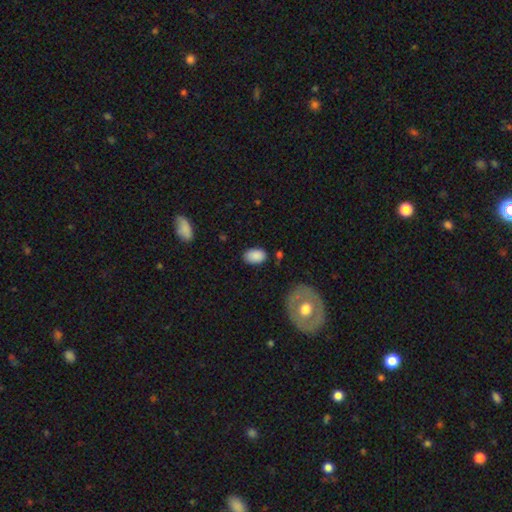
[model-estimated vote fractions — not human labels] Smooth or featured: smooth — 87% (star or artifact — 8%)
How rounded: in between — 89% (round — 10%)
Merging: none — 78% (minor disturbance — 15%)